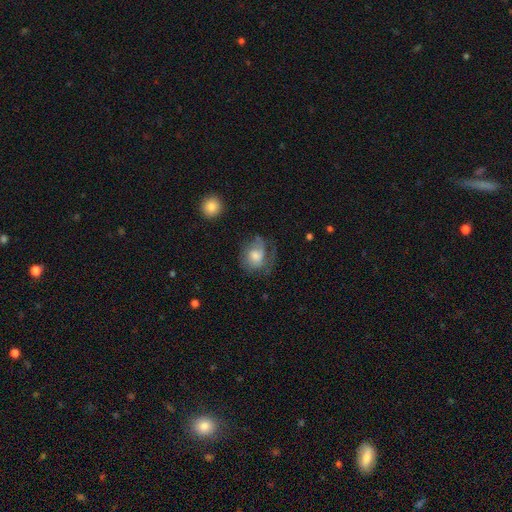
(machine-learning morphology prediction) smooth_or_featured: smooth (p=0.54) [alt: featured or disk p=0.37]
how_rounded: round (p=0.60) [alt: in between p=0.39]
merging: none (p=0.46) [alt: major disturbance p=0.28]